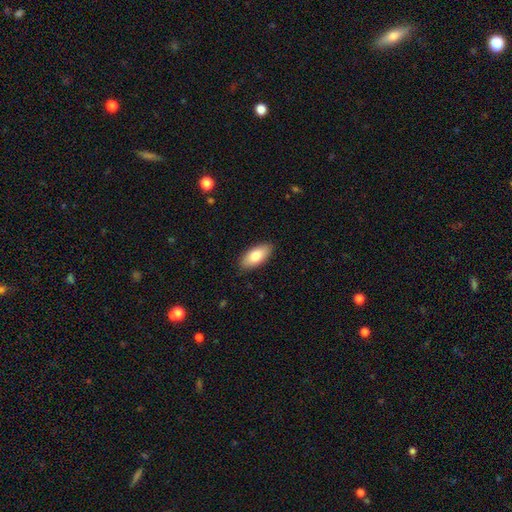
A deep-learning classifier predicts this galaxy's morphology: Q: Smooth or featured?
A: smooth (80%); runner-up: featured or disk (14%)
Q: How rounded?
A: in between (89%); runner-up: cigar-shaped (8%)
Q: Merging?
A: none (89%); runner-up: minor disturbance (9%)